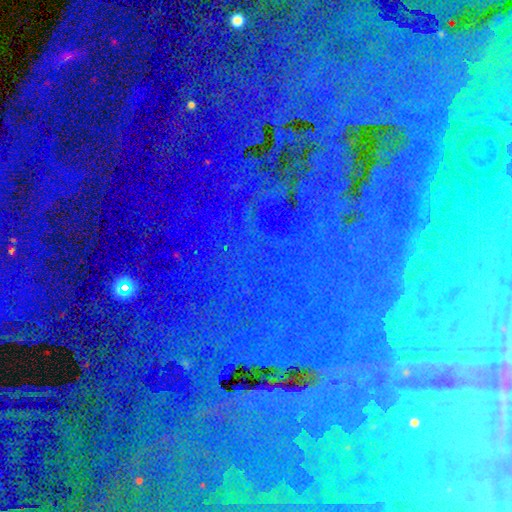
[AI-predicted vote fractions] Q: Smooth or featured?
A: star or artifact (85%); runner-up: featured or disk (8%)